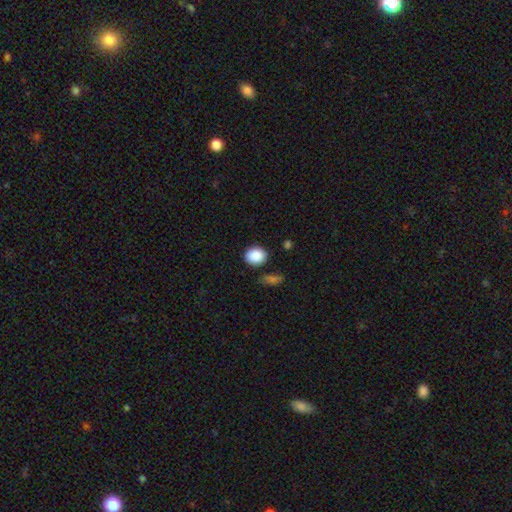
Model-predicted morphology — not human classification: Smooth or featured? Predicted: smooth (p=0.88). How rounded? Predicted: round (p=0.65). Merging? Predicted: none (p=0.81).